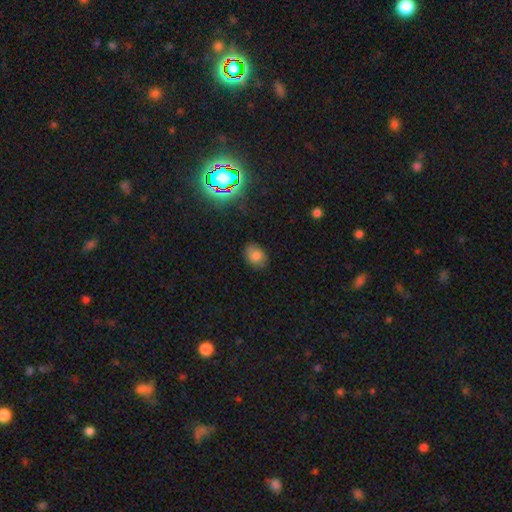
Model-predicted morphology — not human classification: Q: Smooth or featured?
A: smooth (80%); runner-up: star or artifact (12%)
Q: How rounded?
A: in between (60%); runner-up: round (39%)
Q: Merging?
A: none (82%); runner-up: minor disturbance (14%)